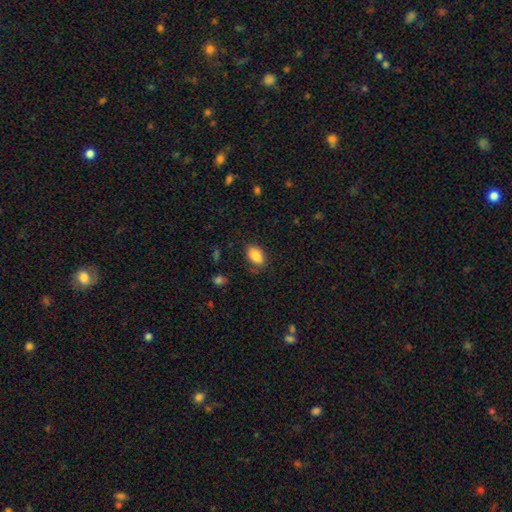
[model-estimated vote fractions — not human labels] Overall: smooth (85%). How rounded: in between (89%). Merging: none (76%).